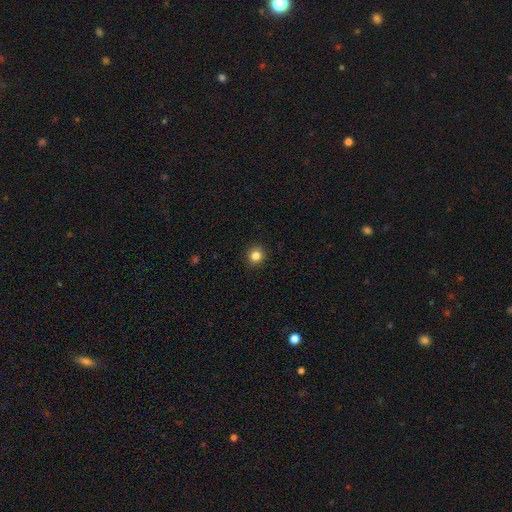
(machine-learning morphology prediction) smooth 84%, star or artifact 12%, featured or disk 5%. Down the decision tree: how rounded — round (90%); merging — none (92%).